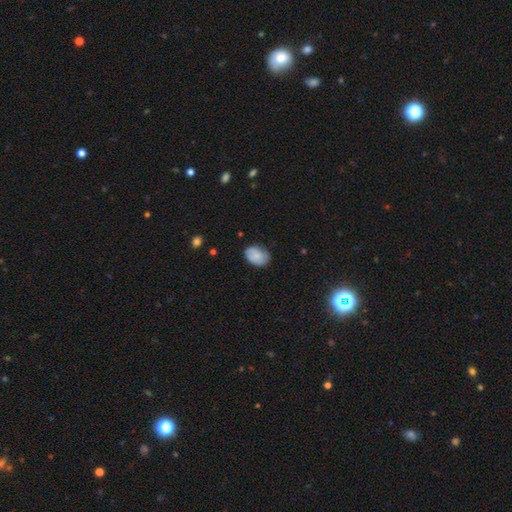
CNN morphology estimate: Smooth or featured? Predicted: smooth (p=0.76). How rounded? Predicted: in between (p=0.80). Merging? Predicted: none (p=0.69).